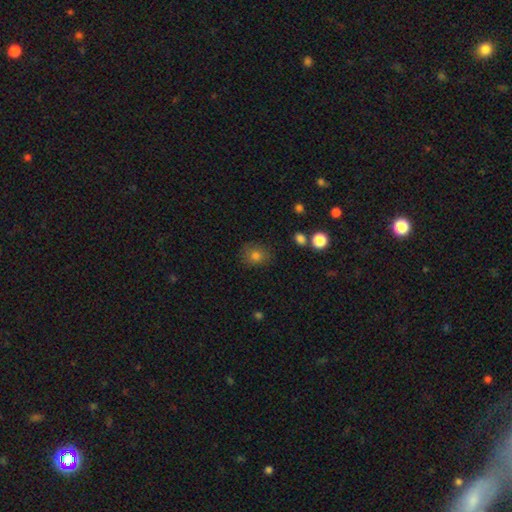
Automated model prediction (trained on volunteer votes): This is likely a smooth galaxy (80%). How rounded: likely round (64%). Merging: likely none (76%).